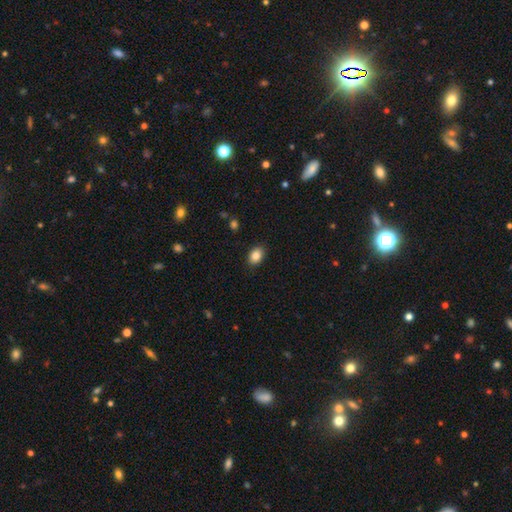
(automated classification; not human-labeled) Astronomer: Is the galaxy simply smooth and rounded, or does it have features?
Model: smooth — 86%.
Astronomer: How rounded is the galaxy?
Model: in between — 77%.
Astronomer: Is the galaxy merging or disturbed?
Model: none — 89%.